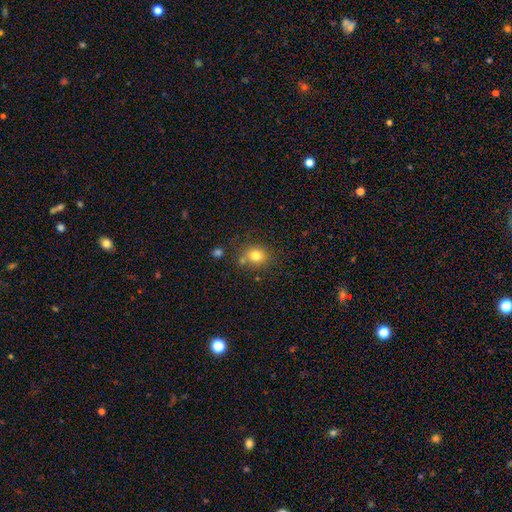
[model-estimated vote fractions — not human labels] Morphology: type=smooth (79%); roundness=round (67%); merging=none (68%).